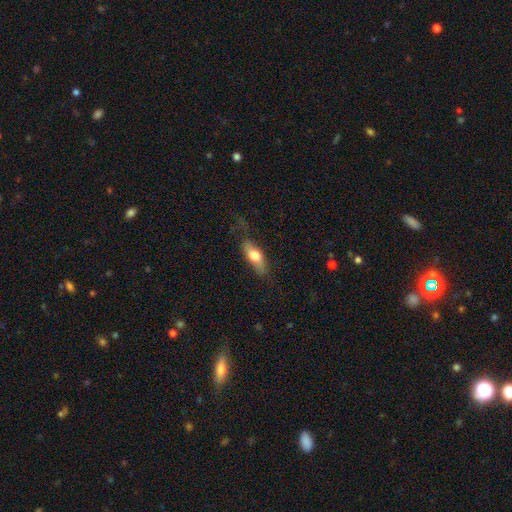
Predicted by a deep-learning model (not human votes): smooth-or-featured: smooth: 65% | featured or disk: 28% | star or artifact: 7%
  how-rounded: in between: 66% | cigar-shaped: 30% | round: 4%
  merging: none: 63% | minor disturbance: 24% | major disturbance: 11% | merger: 2%